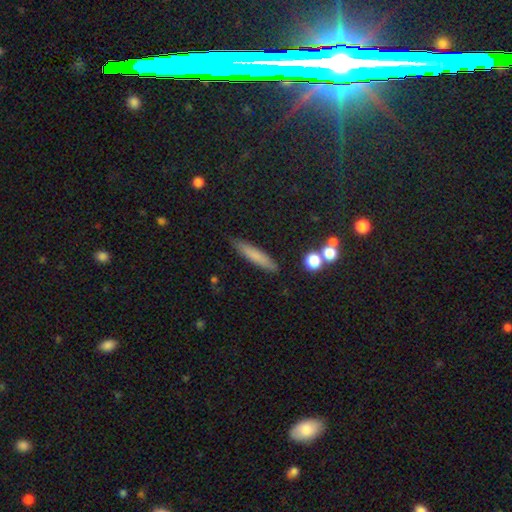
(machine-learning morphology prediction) Smooth or featured? Predicted: smooth (p=0.74). How rounded? Predicted: cigar-shaped (p=0.89). Merging? Predicted: none (p=0.86).